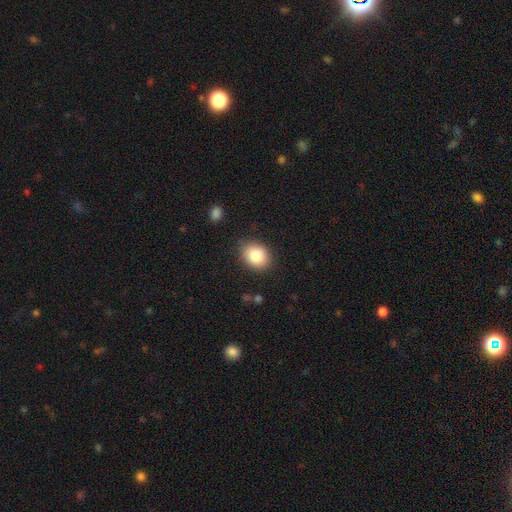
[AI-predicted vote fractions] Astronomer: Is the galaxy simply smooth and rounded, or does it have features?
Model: smooth — 83%.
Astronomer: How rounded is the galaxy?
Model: in between — 51% (runner-up: round, 48%).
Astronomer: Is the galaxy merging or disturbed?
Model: none — 84%.